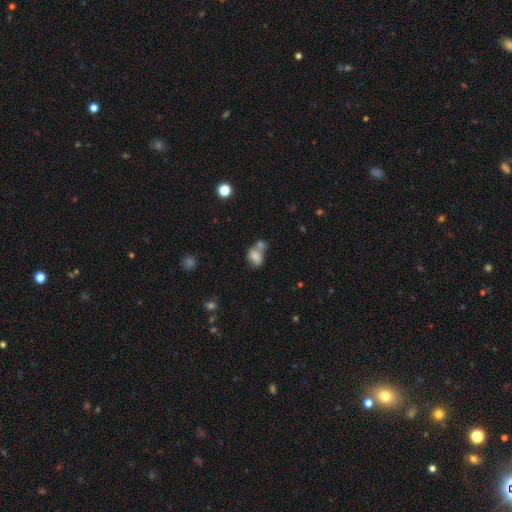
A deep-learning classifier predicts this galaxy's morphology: A smooth galaxy with no disk features (72%) that is in between round and cigar-shaped (76%). Merging: merger (51%).